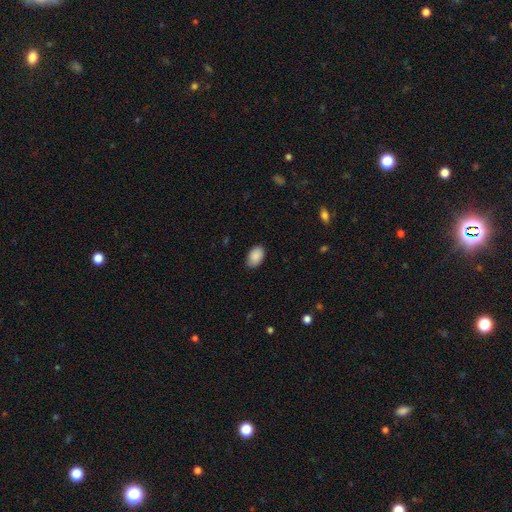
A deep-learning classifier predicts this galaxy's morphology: Smooth or featured? Predicted: smooth (p=0.89). How rounded? Predicted: in between (p=0.90). Merging? Predicted: none (p=0.82).